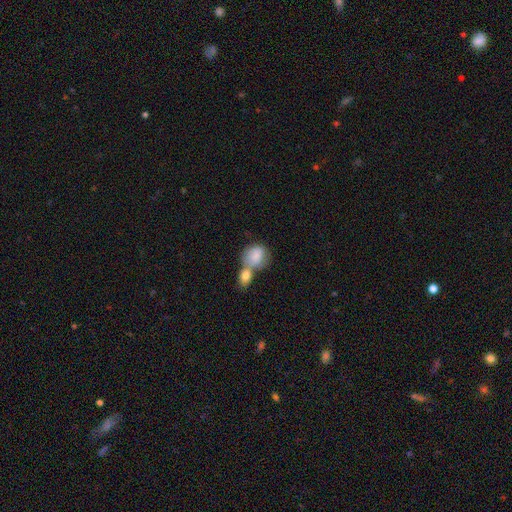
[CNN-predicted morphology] type=smooth (82%); roundness=round (57%); merging=merger (62%).